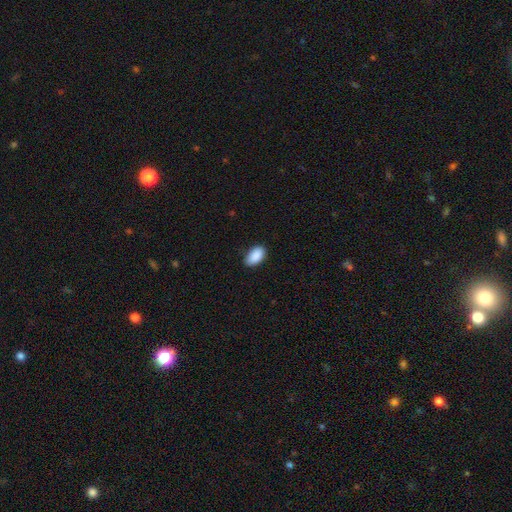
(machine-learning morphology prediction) smooth-or-featured: smooth: 91% | star or artifact: 6% | featured or disk: 3%
  how-rounded: in between: 94% | round: 4% | cigar-shaped: 1%
  merging: none: 82% | minor disturbance: 15% | major disturbance: 2% | merger: 1%